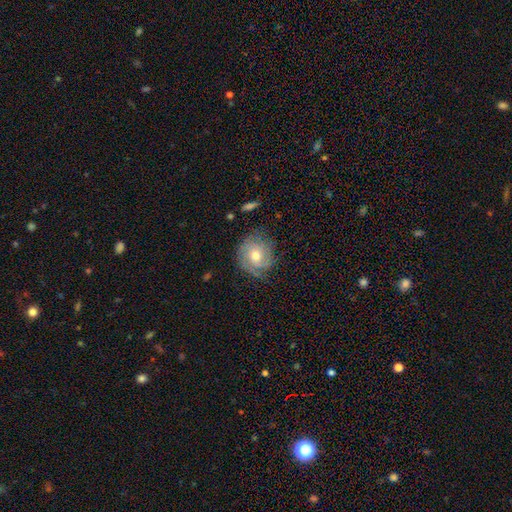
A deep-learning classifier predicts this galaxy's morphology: This is likely a featured or disk galaxy (65%). It is clearly not viewed edge-on (97%). Bar: likely no (76%). Spiral arm pattern: clearly yes (86%). Spiral arm count: marginally can't tell (38%). Spiral winding: likely tight (65%). Central bulge: likely moderate (72%). Merging: likely none (71%).